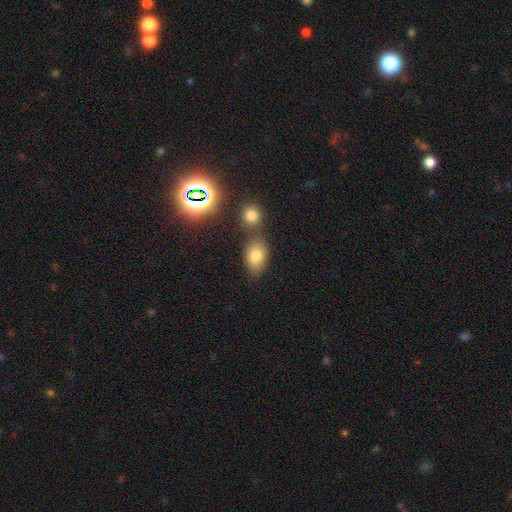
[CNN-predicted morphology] Smooth or featured? Predicted: smooth (p=0.78). How rounded? Predicted: in between (p=0.80). Merging? Predicted: none (p=0.60).